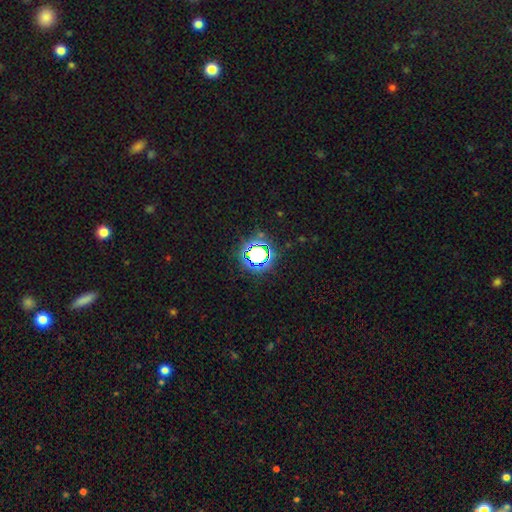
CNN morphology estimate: smooth-or-featured: star or artifact: 64% | smooth: 24% | featured or disk: 12%